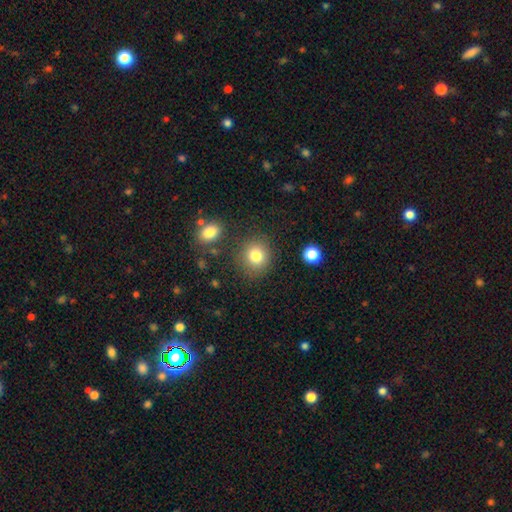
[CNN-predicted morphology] Overall: smooth (82%). How rounded: round (84%). Merging: none (83%).